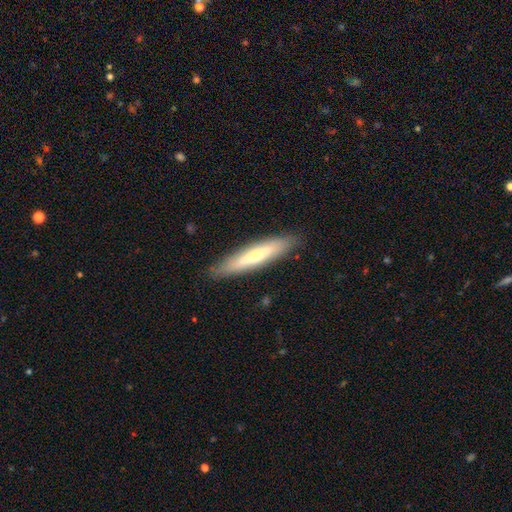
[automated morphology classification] Smooth or featured? Predicted: smooth (p=0.55). How rounded? Predicted: cigar-shaped (p=0.86). Merging? Predicted: none (p=0.87).